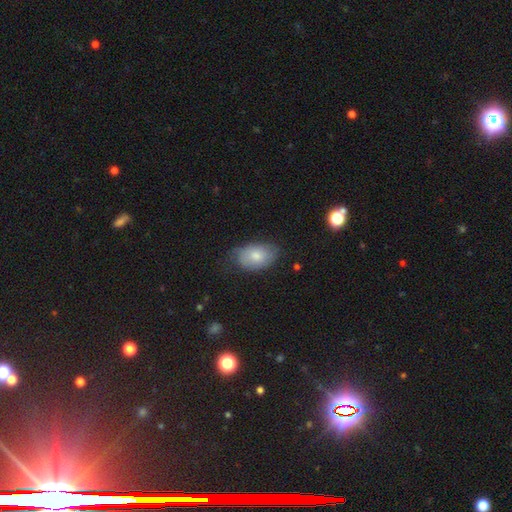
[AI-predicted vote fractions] Smooth or featured? Predicted: smooth (p=0.78). How rounded? Predicted: in between (p=0.91). Merging? Predicted: none (p=0.63).